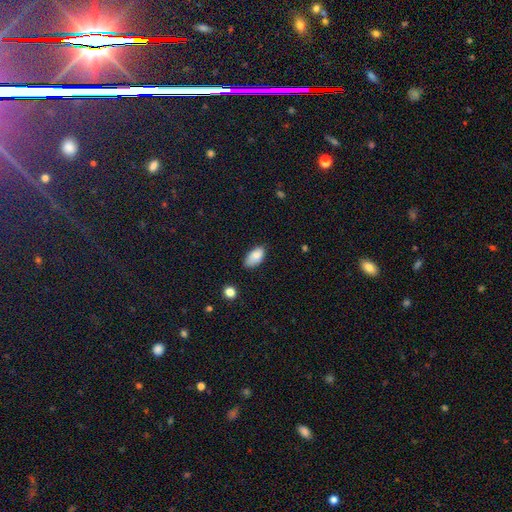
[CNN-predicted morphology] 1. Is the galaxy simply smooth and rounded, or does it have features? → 85% smooth, 8% featured or disk, 8% star or artifact.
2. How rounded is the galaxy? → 93% in between, 4% cigar-shaped, 3% round.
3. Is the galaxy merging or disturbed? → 69% none, 25% minor disturbance, 4% major disturbance, 2% merger.